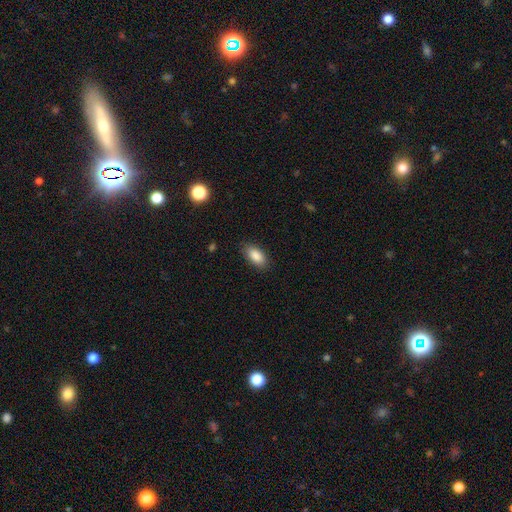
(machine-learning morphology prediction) smooth_or_featured: smooth (p=0.88) [alt: star or artifact p=0.07]
how_rounded: in between (p=0.90) [alt: cigar-shaped p=0.07]
merging: none (p=0.86) [alt: minor disturbance p=0.10]